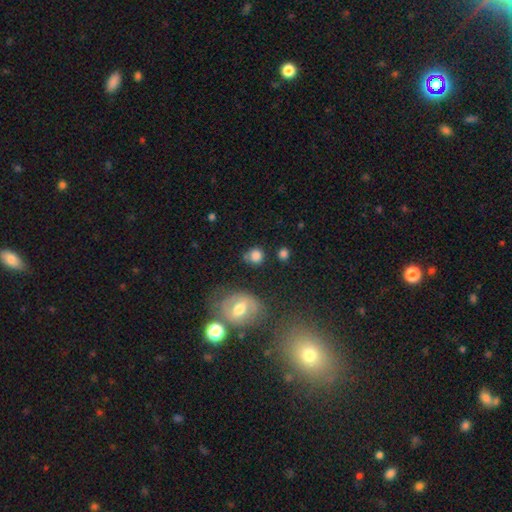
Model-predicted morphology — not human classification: A smooth galaxy with no disk features (79%) that is round (84%).

Vote fractions:
- Smooth or featured? smooth: 79% / star or artifact: 12% / featured or disk: 10%
- How rounded? round: 84% / in between: 15% / cigar-shaped: 1%
- Merging? none: 68% / minor disturbance: 17% / merger: 8% / major disturbance: 7%